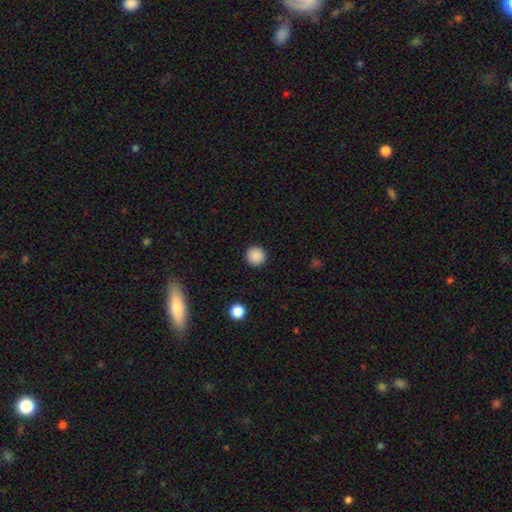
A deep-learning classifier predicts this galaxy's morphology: Overall: smooth (88%). How rounded: round (96%). Merging: none (93%).